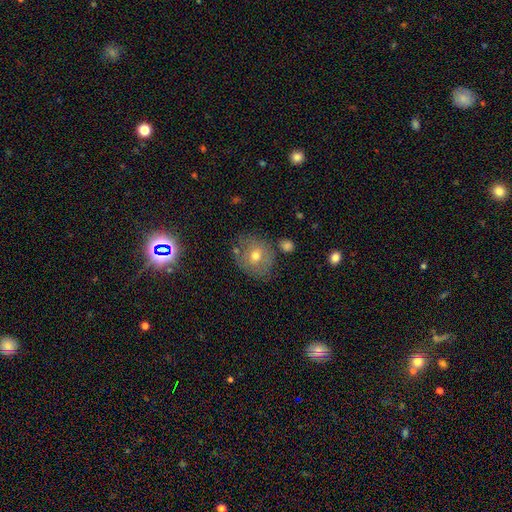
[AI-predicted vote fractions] Smooth or featured: smooth — 62% (featured or disk — 26%)
How rounded: round — 75% (in between — 24%)
Merging: none — 69% (minor disturbance — 18%)